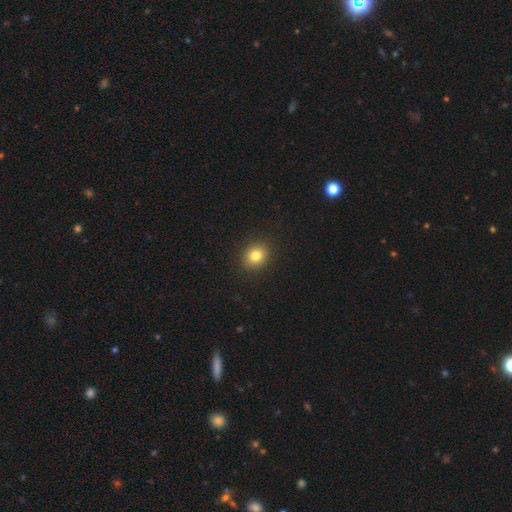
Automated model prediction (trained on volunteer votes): A smooth galaxy with no disk features (81%) that is round (71%). Merging: none (91%).